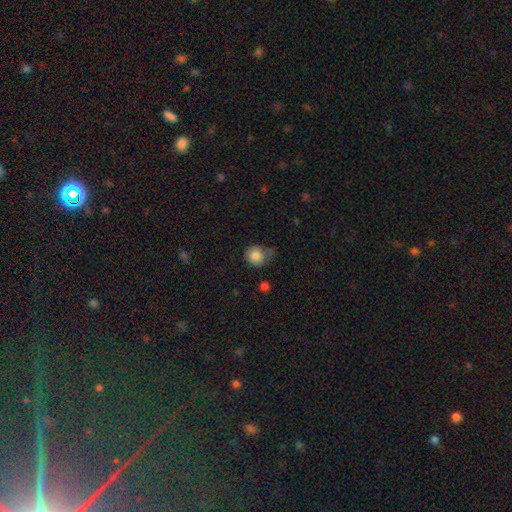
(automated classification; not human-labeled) smooth 84%, star or artifact 9%, featured or disk 7%. Down the decision tree: how rounded — round (87%); merging — none (58%).